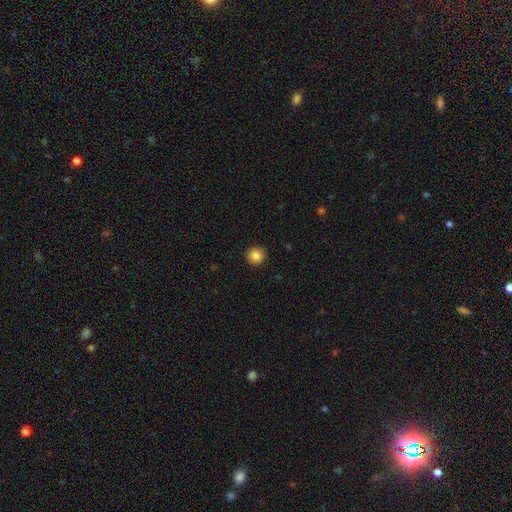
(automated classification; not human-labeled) Q: Smooth or featured?
A: smooth (86%); runner-up: star or artifact (10%)
Q: How rounded?
A: round (94%); runner-up: in between (5%)
Q: Merging?
A: none (92%); runner-up: minor disturbance (5%)